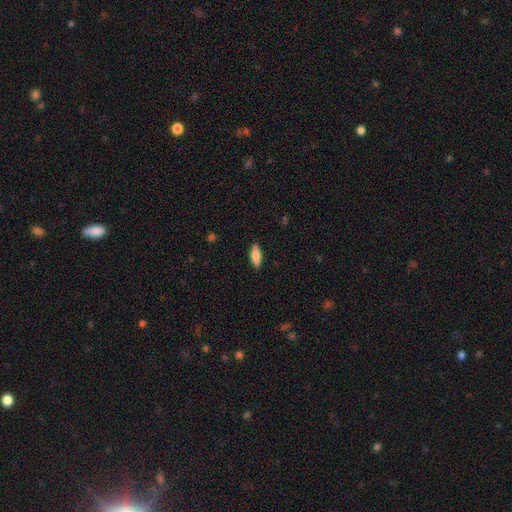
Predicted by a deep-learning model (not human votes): The model was most divided on "how rounded": in between: 64%, cigar-shaped: 34%, round: 2%. More confident: merging — none (88%); smooth or featured — smooth (76%).